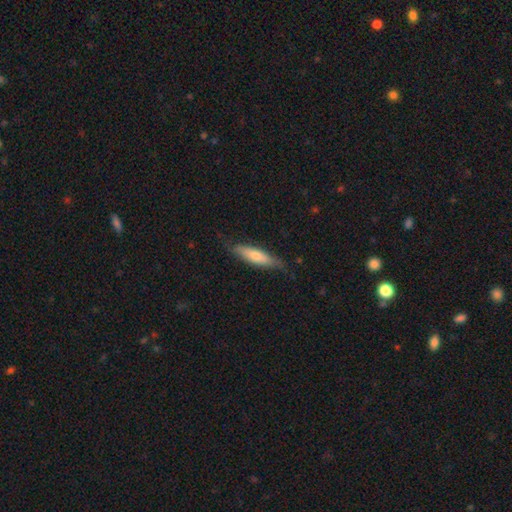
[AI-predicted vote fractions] Q: Smooth or featured?
A: smooth (57%); runner-up: featured or disk (37%)
Q: How rounded?
A: cigar-shaped (73%); runner-up: in between (25%)
Q: Merging?
A: none (76%); runner-up: minor disturbance (19%)